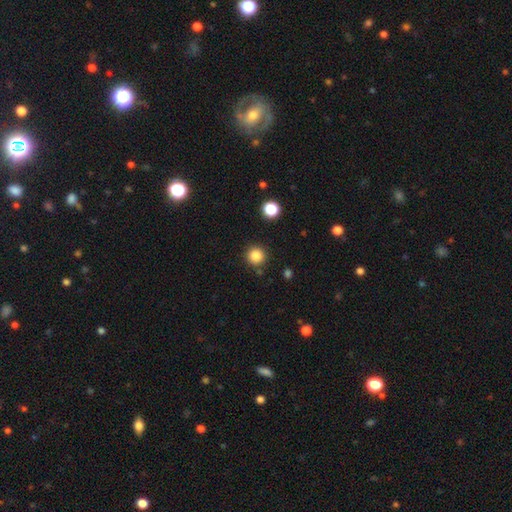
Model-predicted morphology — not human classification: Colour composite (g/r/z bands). It shows a smooth galaxy with no disk features (85%) that is round (95%). Merging: none (89%).